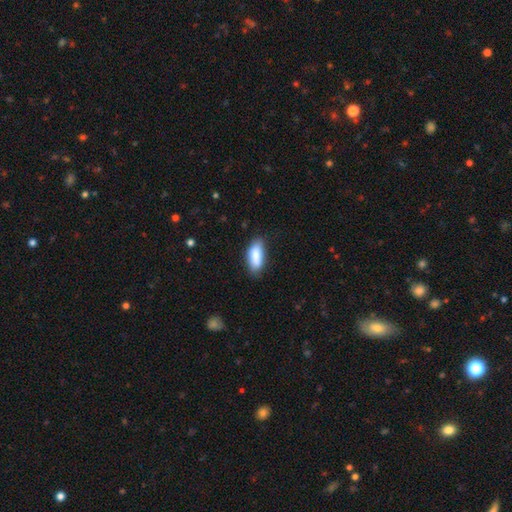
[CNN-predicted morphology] The model was most divided on "merging": none: 72%, minor disturbance: 22%, major disturbance: 4%, merger: 2%. More confident: smooth or featured — smooth (84%); how rounded — in between (81%).